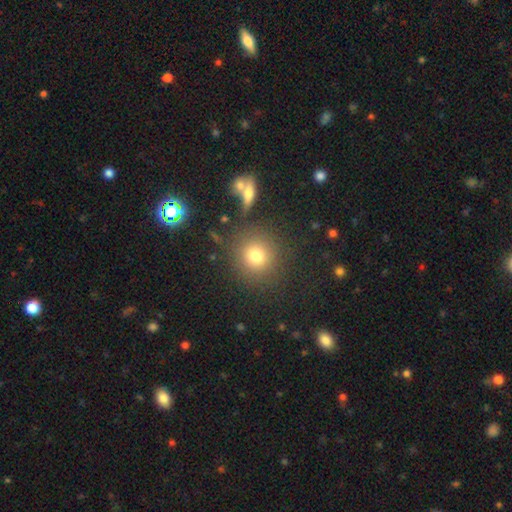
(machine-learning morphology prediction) Overall: smooth (76%). How rounded: round (89%). Merging: none (82%).